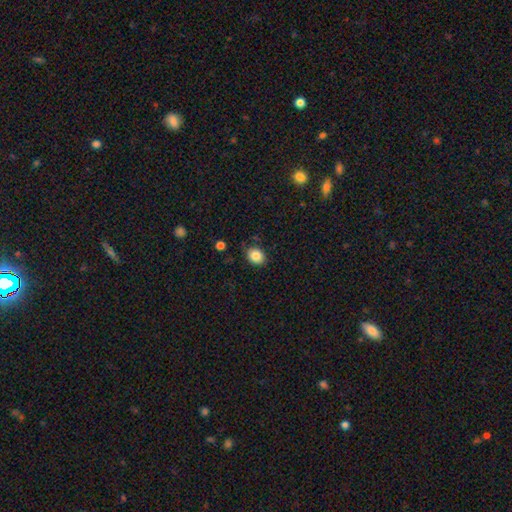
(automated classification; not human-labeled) smooth-or-featured: smooth: 85% | star or artifact: 9% | featured or disk: 6%
  how-rounded: round: 52% | in between: 47% | cigar-shaped: 1%
  merging: none: 81% | minor disturbance: 14% | major disturbance: 3% | merger: 2%